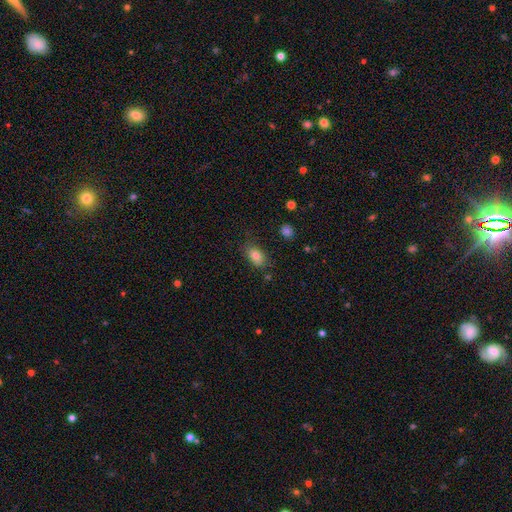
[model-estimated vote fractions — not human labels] smooth_or_featured: smooth (p=0.81) [alt: featured or disk p=0.10]
how_rounded: in between (p=0.88) [alt: round p=0.09]
merging: none (p=0.78) [alt: minor disturbance p=0.16]